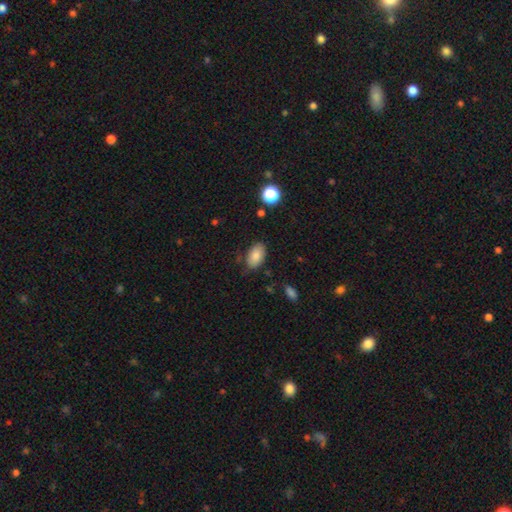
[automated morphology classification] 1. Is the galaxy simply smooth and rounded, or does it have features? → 83% smooth, 9% featured or disk, 8% star or artifact.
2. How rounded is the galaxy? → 93% in between, 5% round, 2% cigar-shaped.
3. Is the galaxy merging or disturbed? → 79% none, 15% minor disturbance, 3% major disturbance, 2% merger.